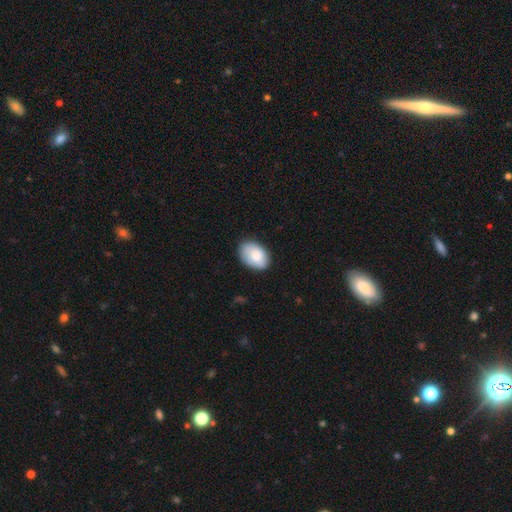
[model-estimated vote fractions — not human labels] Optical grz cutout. It shows a smooth galaxy with no disk features (80%) that is in between round and cigar-shaped (86%). Merging: none (79%).